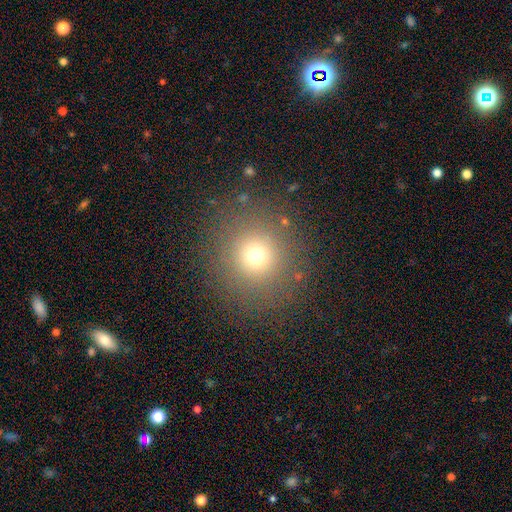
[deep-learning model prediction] A smooth galaxy with no disk features (69%) that is round (93%). Merging: none (87%).